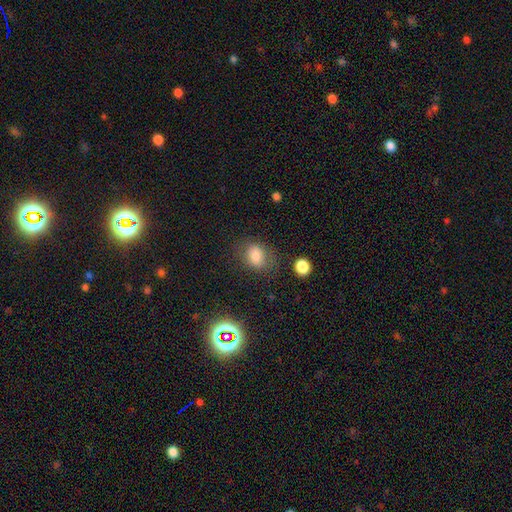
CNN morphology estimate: This is likely a smooth galaxy (79%). How rounded: likely in between (63%). Merging: likely none (69%).